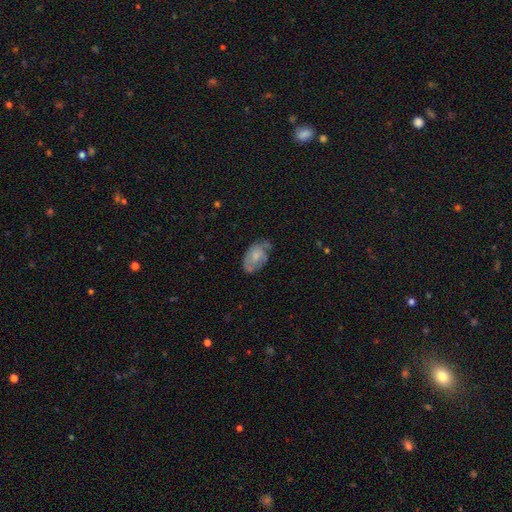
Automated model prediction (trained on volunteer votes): smooth 50%, featured or disk 43%, star or artifact 8%. Down the decision tree: merging — none (51%).